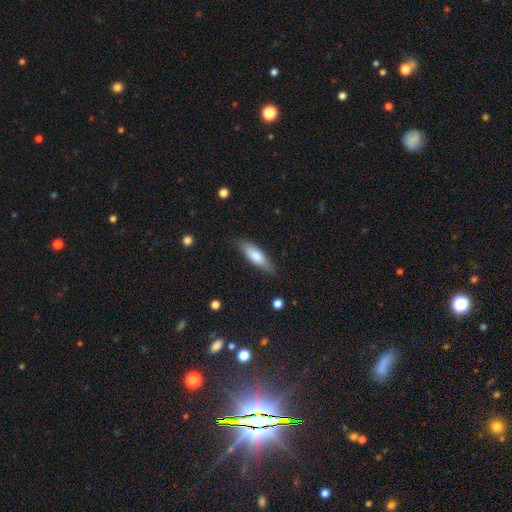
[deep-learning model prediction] smooth_or_featured: smooth (p=0.73) [alt: featured or disk p=0.21]
how_rounded: cigar-shaped (p=0.54) [alt: in between p=0.44]
merging: none (p=0.81) [alt: minor disturbance p=0.15]